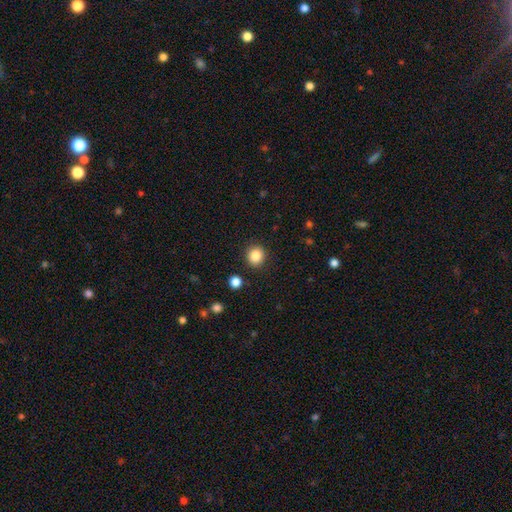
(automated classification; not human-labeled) Smooth or featured? Predicted: smooth (p=0.85). How rounded? Predicted: round (p=0.87). Merging? Predicted: none (p=0.91).